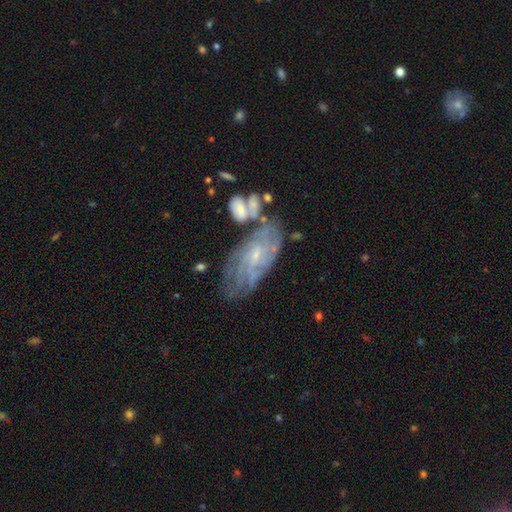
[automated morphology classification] Smooth or featured: featured or disk — 78% (smooth — 14%)
Edge-on disk: no — 93% (yes — 7%)
Bar: no — 56% (weak — 36%)
Spiral arms: yes — 90% (no — 10%)
Spiral winding: tight — 64% (medium — 27%)
Spiral arm count: can't tell — 51% (4 — 14%)
Bulge size: small — 76% (moderate — 16%)
Merging: none — 51% (merger — 19%)